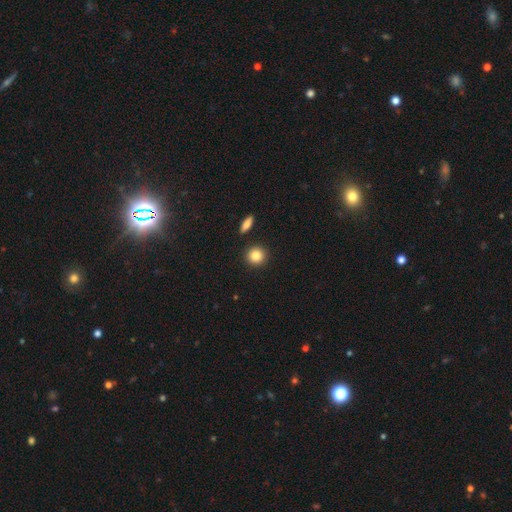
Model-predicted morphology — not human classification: smooth-or-featured: smooth: 85% | star or artifact: 9% | featured or disk: 6%
  how-rounded: round: 90% | in between: 8% | cigar-shaped: 1%
  merging: none: 89% | minor disturbance: 6% | merger: 3% | major disturbance: 2%